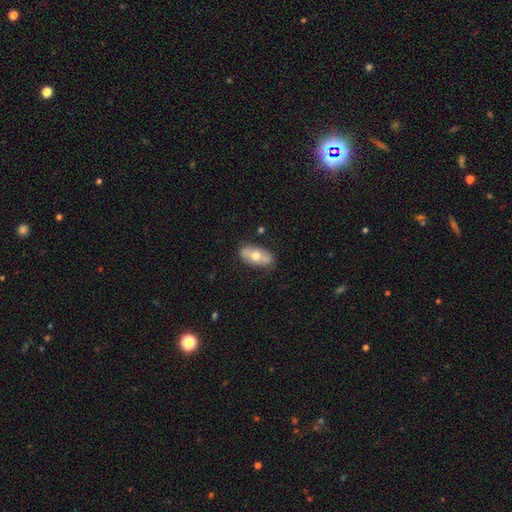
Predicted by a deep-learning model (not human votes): smooth 57%, featured or disk 37%, star or artifact 6%. Down the decision tree: how rounded — in between (89%); merging — none (80%).